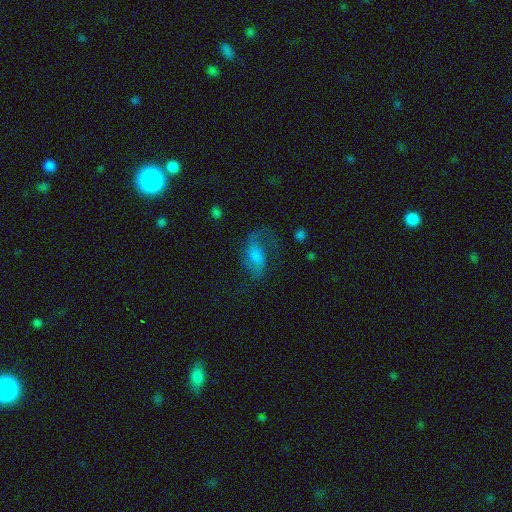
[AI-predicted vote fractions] This is likely a featured or disk galaxy (60%). It is clearly not viewed edge-on (95%). Bar: possibly no (47%). Spiral arm pattern: clearly yes (87%). Central bulge: marginally moderate (36%). Merging: possibly none (54%).